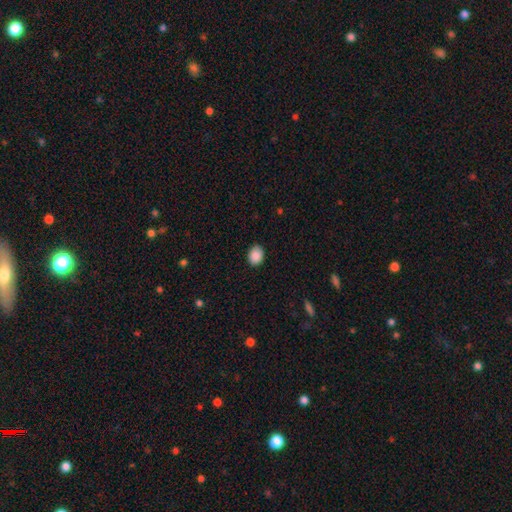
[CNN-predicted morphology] smooth_or_featured: smooth (p=0.90) [alt: star or artifact p=0.08]
how_rounded: in between (p=0.61) [alt: round p=0.38]
merging: none (p=0.88) [alt: minor disturbance p=0.09]